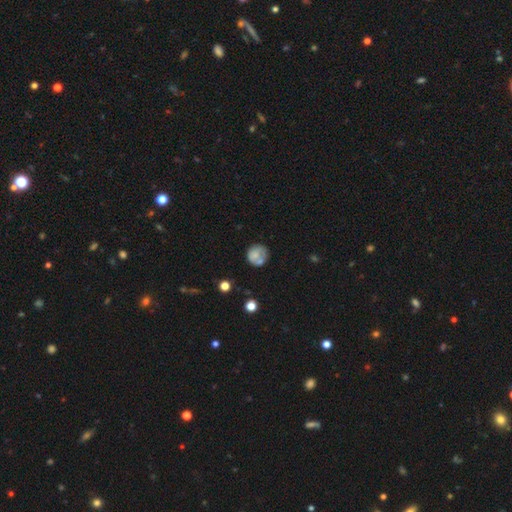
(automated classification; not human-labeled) A smooth galaxy with no disk features (65%) that is round (82%).

Vote fractions:
- Smooth or featured? smooth: 65% / featured or disk: 26% / star or artifact: 9%
- How rounded? round: 82% / in between: 17% / cigar-shaped: 1%
- Merging? none: 53% / minor disturbance: 22% / merger: 14% / major disturbance: 11%